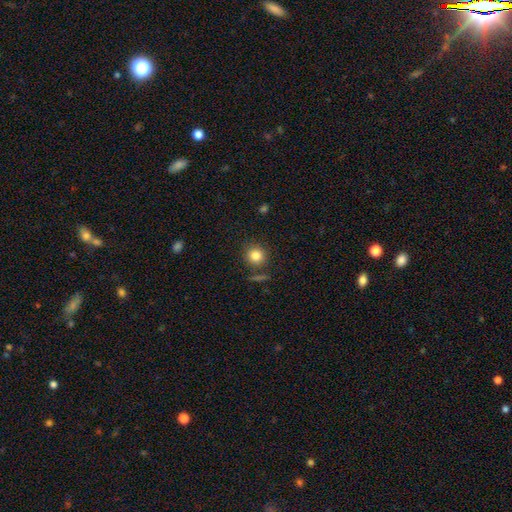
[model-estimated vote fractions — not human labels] Smooth or featured: smooth — 82% (star or artifact — 11%)
How rounded: round — 90% (in between — 9%)
Merging: none — 83% (minor disturbance — 9%)